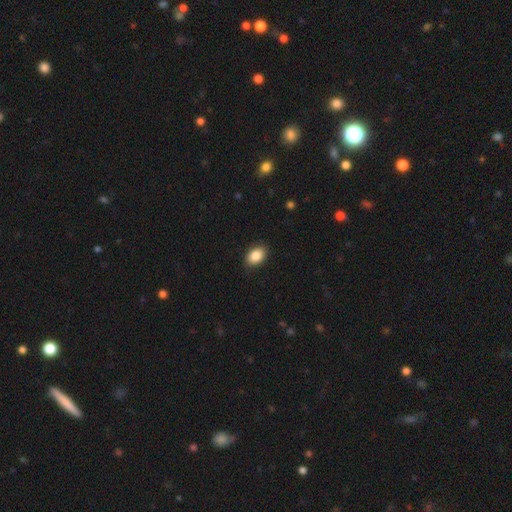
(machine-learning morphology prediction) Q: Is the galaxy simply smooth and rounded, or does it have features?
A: smooth — 88%.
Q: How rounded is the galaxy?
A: in between — 85%.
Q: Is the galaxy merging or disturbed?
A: none — 88%.